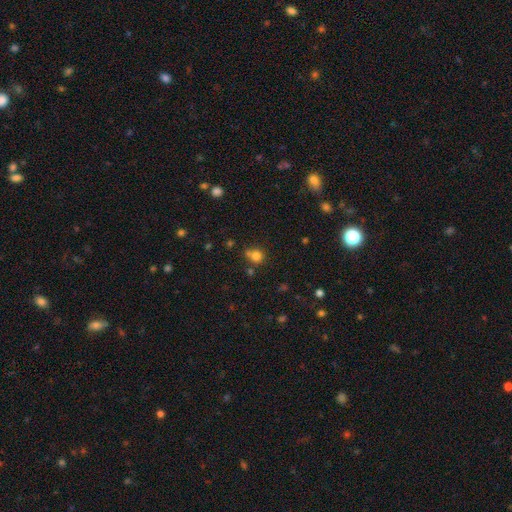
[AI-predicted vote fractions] smooth 78%, star or artifact 15%, featured or disk 7%. Down the decision tree: how rounded — round (84%); merging — none (59%).